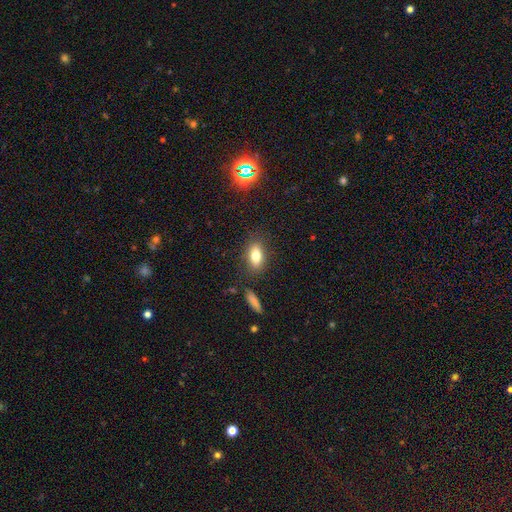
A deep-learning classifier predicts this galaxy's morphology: Q: Smooth or featured?
A: smooth (76%); runner-up: featured or disk (15%)
Q: How rounded?
A: in between (82%); runner-up: cigar-shaped (10%)
Q: Merging?
A: none (81%); runner-up: minor disturbance (12%)